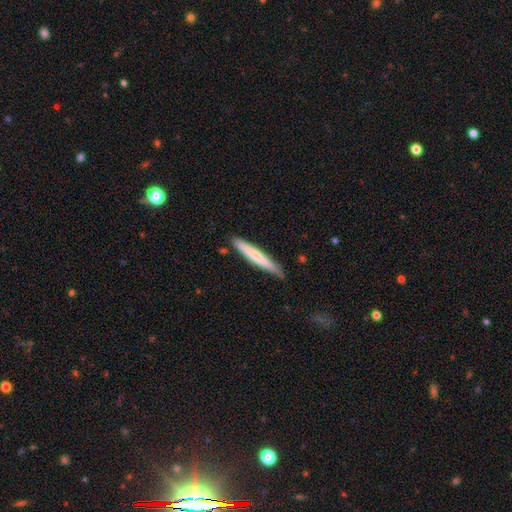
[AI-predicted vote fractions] Smooth or featured: smooth — 68% (featured or disk — 27%)
How rounded: cigar-shaped — 96% (in between — 3%)
Merging: none — 84% (minor disturbance — 13%)